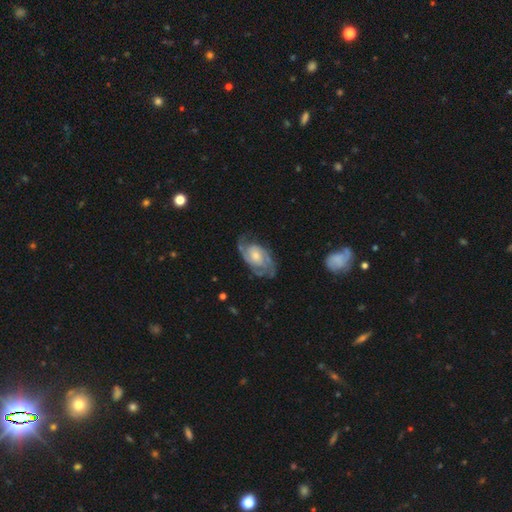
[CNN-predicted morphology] Q: Smooth or featured?
A: featured or disk (86%); runner-up: smooth (9%)
Q: Edge-on disk?
A: no (96%); runner-up: yes (4%)
Q: Bar?
A: no (63%); runner-up: weak (31%)
Q: Spiral arms?
A: yes (96%); runner-up: no (4%)
Q: Spiral winding?
A: tight (46%); runner-up: medium (42%)
Q: Spiral arm count?
A: 2 (60%); runner-up: can't tell (15%)
Q: Bulge size?
A: moderate (50%); runner-up: small (35%)
Q: Merging?
A: none (69%); runner-up: minor disturbance (19%)